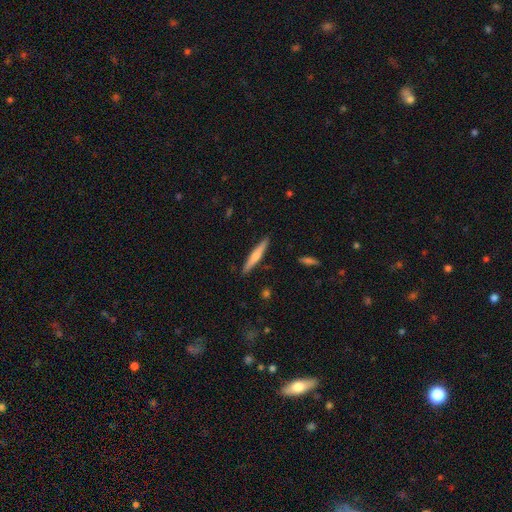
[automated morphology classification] This appears to be a smooth galaxy with no disk features (56%) that is cigar-shaped (93%). Merging: none (90%).